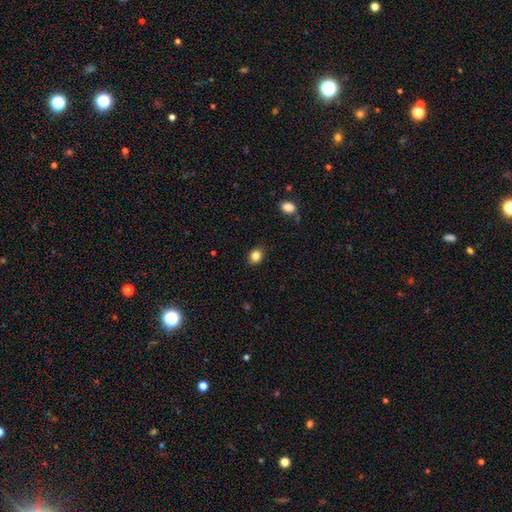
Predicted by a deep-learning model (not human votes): A smooth galaxy with no disk features (84%) that is round (59%). Merging: none (89%).